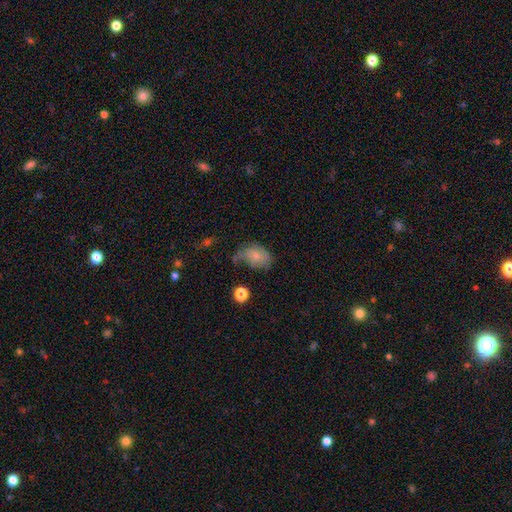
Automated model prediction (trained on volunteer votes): This is likely a smooth galaxy (65%). How rounded: likely in between (75%). Merging: marginally minor disturbance (34%, tied with none).